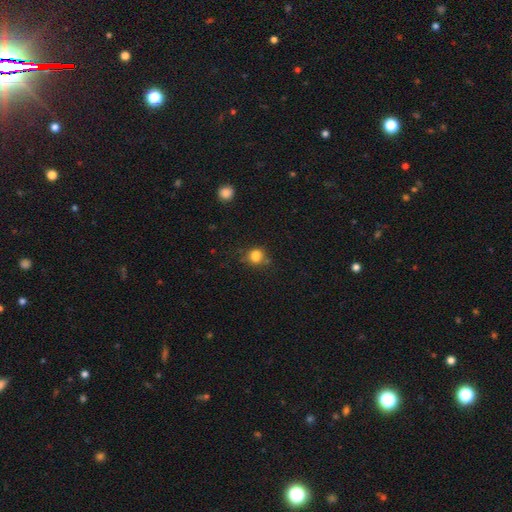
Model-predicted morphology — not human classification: A smooth galaxy with no disk features (81%) that is round (76%). Merging: none (65%).